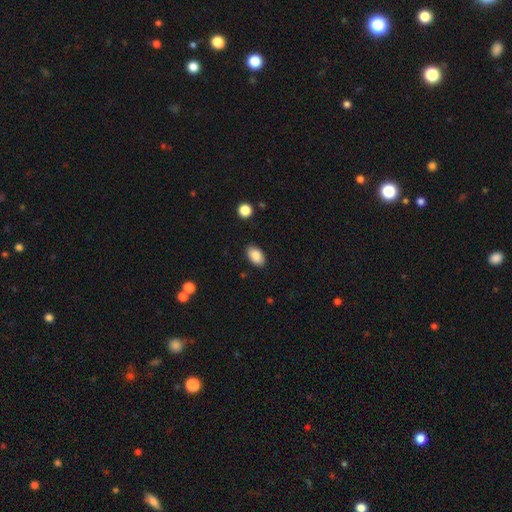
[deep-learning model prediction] A smooth galaxy with no disk features (88%) that is in between round and cigar-shaped (92%).

Vote fractions:
- Smooth or featured? smooth: 88% / star or artifact: 7% / featured or disk: 4%
- How rounded? in between: 92% / round: 6% / cigar-shaped: 1%
- Merging? none: 86% / minor disturbance: 10% / major disturbance: 2% / merger: 1%